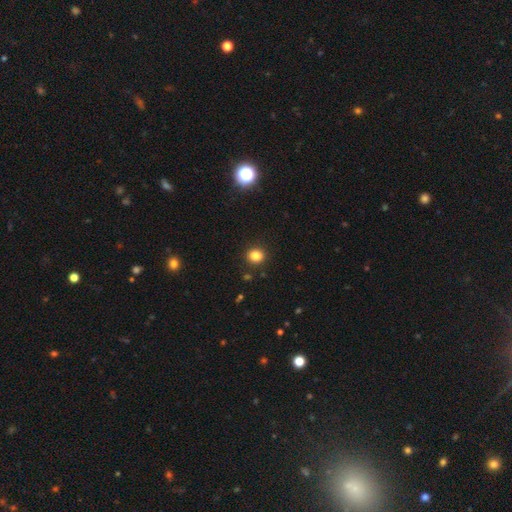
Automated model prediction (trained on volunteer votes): Smooth or featured? Predicted: smooth (p=0.83). How rounded? Predicted: round (p=0.80). Merging? Predicted: none (p=0.91).